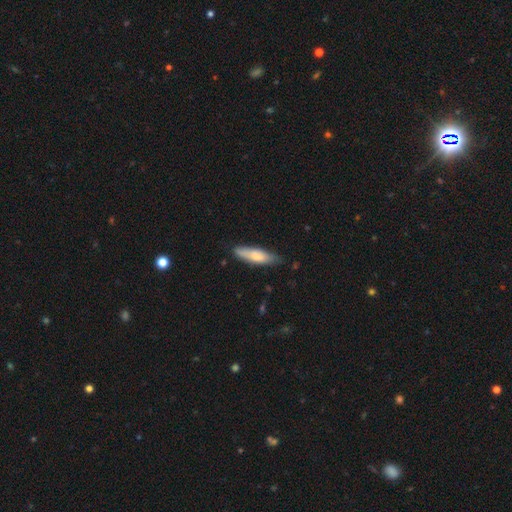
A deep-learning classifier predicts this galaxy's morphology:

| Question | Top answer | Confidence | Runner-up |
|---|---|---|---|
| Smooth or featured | smooth | 73% | featured or disk (21%) |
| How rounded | cigar-shaped | 67% | in between (31%) |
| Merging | none | 74% | minor disturbance (21%) |